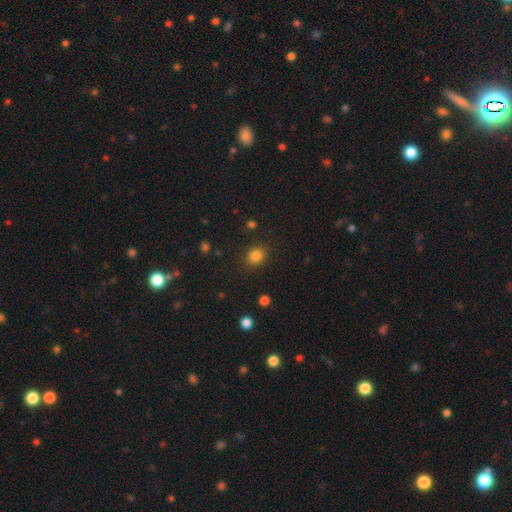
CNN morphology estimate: smooth_or_featured: smooth (p=0.84) [alt: star or artifact p=0.12]
how_rounded: round (p=0.72) [alt: in between p=0.27]
merging: none (p=0.88) [alt: minor disturbance p=0.08]